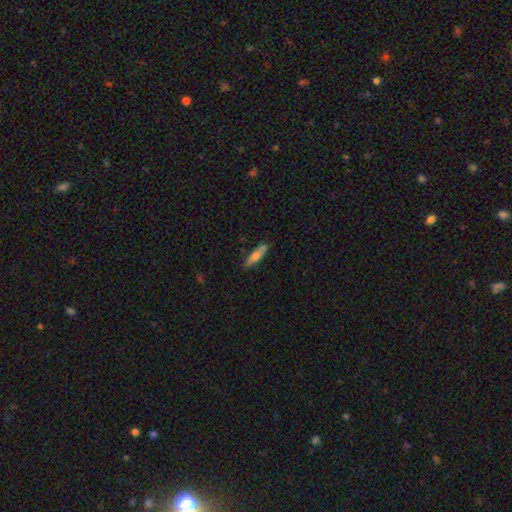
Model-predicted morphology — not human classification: A smooth galaxy with no disk features (60%) that is cigar-shaped (75%).

Vote fractions:
- Smooth or featured? smooth: 60% / featured or disk: 33% / star or artifact: 7%
- How rounded? cigar-shaped: 75% / in between: 23% / round: 2%
- Merging? none: 80% / minor disturbance: 13% / merger: 4% / major disturbance: 3%